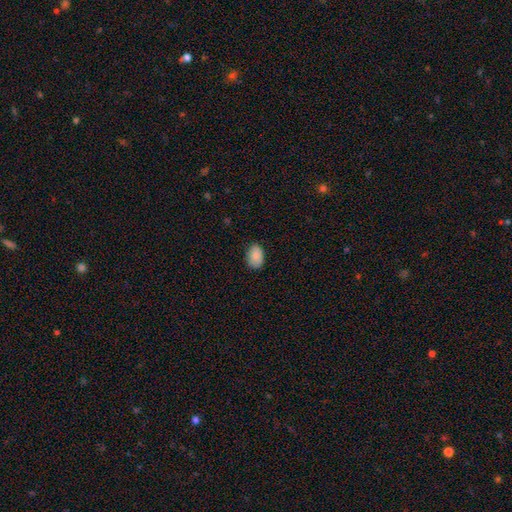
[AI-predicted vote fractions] This appears to be a smooth galaxy with no disk features (88%) that is in between round and cigar-shaped (85%). Merging: none (84%).